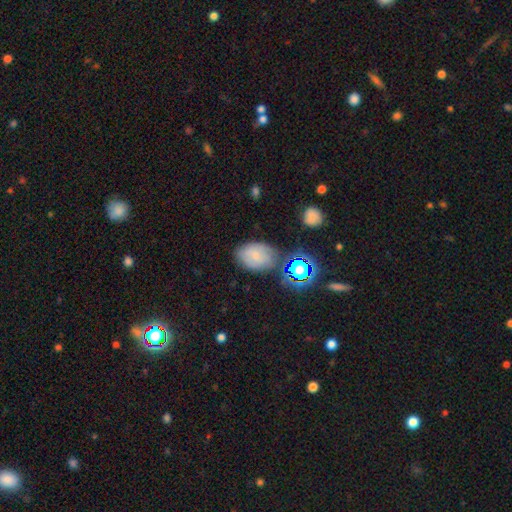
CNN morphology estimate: smooth_or_featured: smooth (p=0.65) [alt: featured or disk p=0.18]
how_rounded: in between (p=0.76) [alt: round p=0.23]
merging: none (p=0.71) [alt: minor disturbance p=0.18]